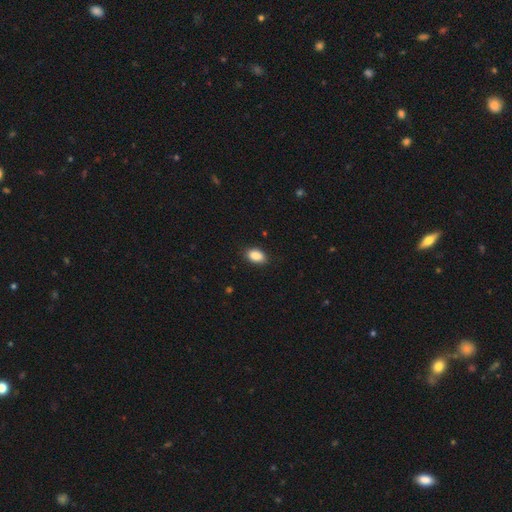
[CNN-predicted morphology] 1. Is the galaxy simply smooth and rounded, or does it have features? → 89% smooth, 8% star or artifact, 4% featured or disk.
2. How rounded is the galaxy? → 88% in between, 10% round, 2% cigar-shaped.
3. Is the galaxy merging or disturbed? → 87% none, 10% minor disturbance, 2% major disturbance, 1% merger.